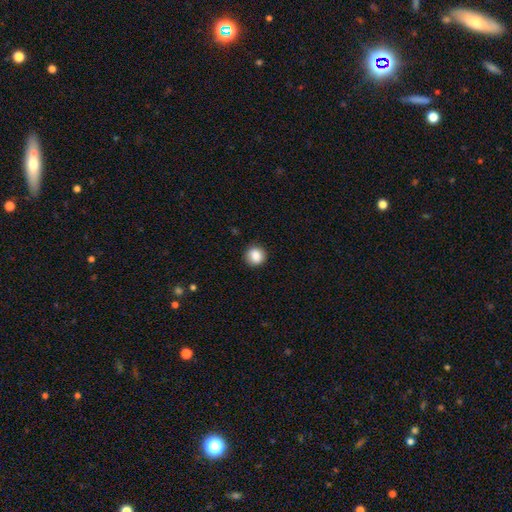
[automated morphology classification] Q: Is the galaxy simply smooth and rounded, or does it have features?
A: smooth — 87%.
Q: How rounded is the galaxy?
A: round — 90%.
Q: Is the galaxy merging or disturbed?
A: none — 88%.